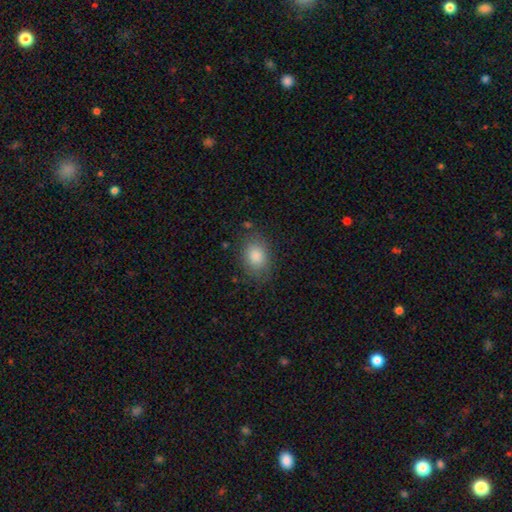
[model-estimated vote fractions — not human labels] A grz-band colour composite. It shows a smooth galaxy with no disk features (85%) that is in between round and cigar-shaped (72%). Merging: none (80%).